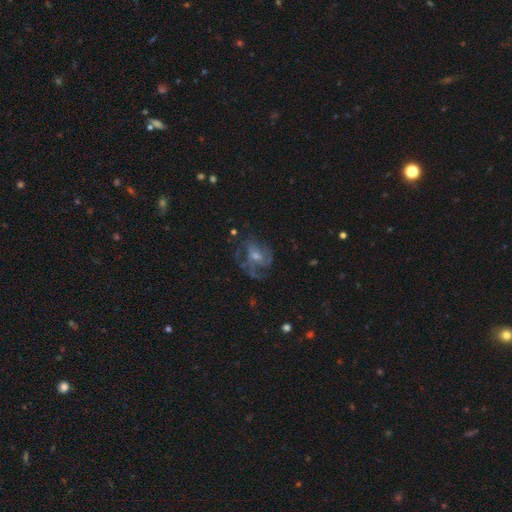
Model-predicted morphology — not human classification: The model was most divided on "bulge size": moderate: 45%, small: 42%, none: 7%, large: 5%, dominant: 1%. Remaining: edge-on disk — no (97%); spiral arms — yes (82%); smooth or featured — featured or disk (73%); bar — no (55%); merging — none (51%); spiral winding — medium (46%); spiral arm count — can't tell (32%).